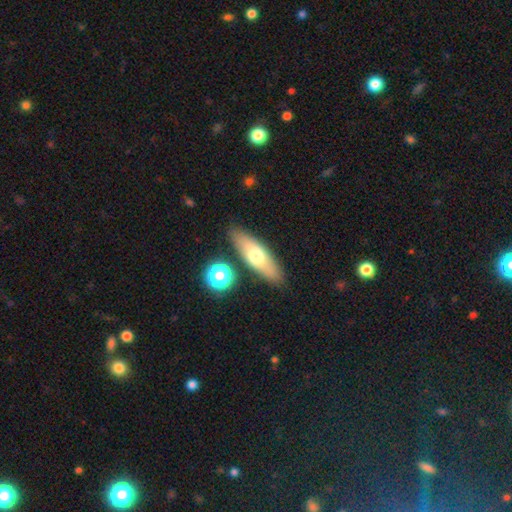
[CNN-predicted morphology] This appears to be a smooth galaxy with no disk features (60%) that is cigar-shaped (48%, tied with in between). Merging: none (83%).